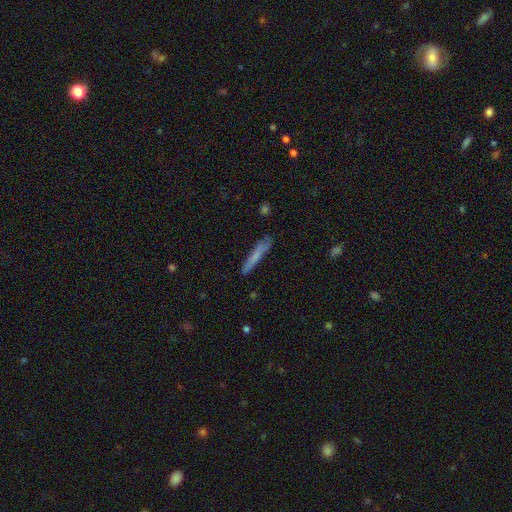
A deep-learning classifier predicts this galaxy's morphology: smooth-or-featured: smooth: 68% | featured or disk: 25% | star or artifact: 7%
  how-rounded: cigar-shaped: 95% | in between: 4% | round: 1%
  merging: none: 79% | minor disturbance: 15% | major disturbance: 3% | merger: 2%